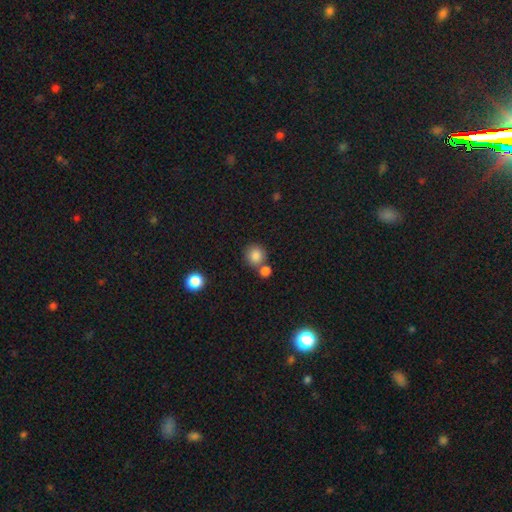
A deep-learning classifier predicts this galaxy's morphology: Q: Smooth or featured?
A: smooth (85%); runner-up: star or artifact (10%)
Q: How rounded?
A: round (90%); runner-up: in between (9%)
Q: Merging?
A: none (66%); runner-up: merger (23%)